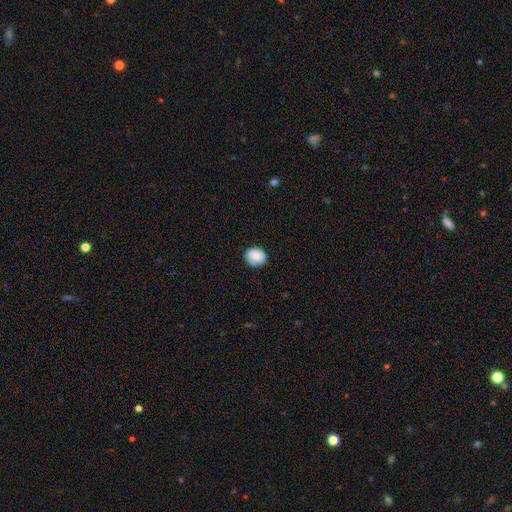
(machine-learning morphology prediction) The model was most divided on "how rounded": round: 64%, in between: 35%, cigar-shaped: 1%. More confident: smooth or featured — smooth (81%); merging — none (75%).